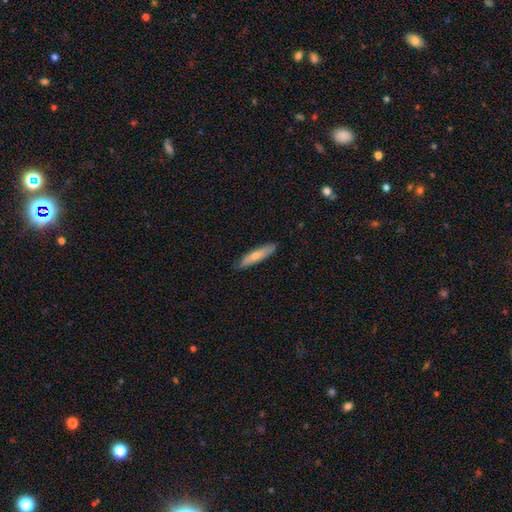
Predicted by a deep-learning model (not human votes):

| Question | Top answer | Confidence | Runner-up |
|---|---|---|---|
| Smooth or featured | smooth | 65% | featured or disk (29%) |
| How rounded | cigar-shaped | 83% | in between (15%) |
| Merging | none | 87% | minor disturbance (10%) |